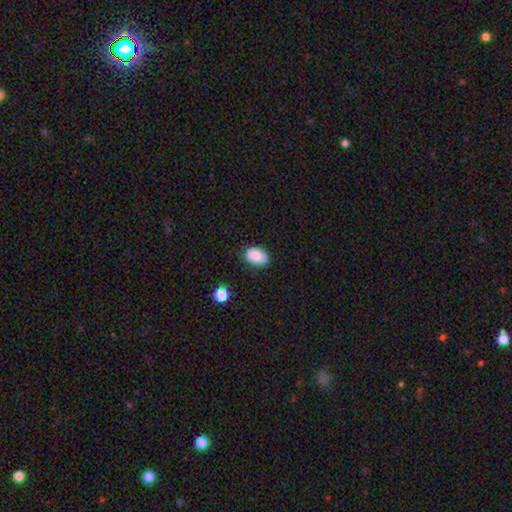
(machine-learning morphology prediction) type=smooth (87%); roundness=in between (89%); merging=none (78%).